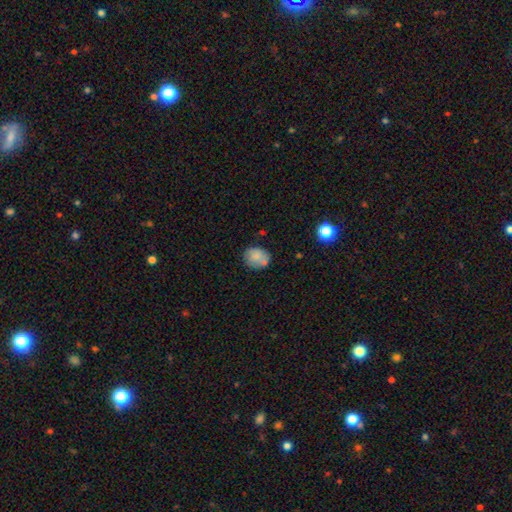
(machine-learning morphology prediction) Q: Smooth or featured?
A: smooth (80%); runner-up: featured or disk (12%)
Q: How rounded?
A: round (62%); runner-up: in between (37%)
Q: Merging?
A: none (67%); runner-up: minor disturbance (19%)